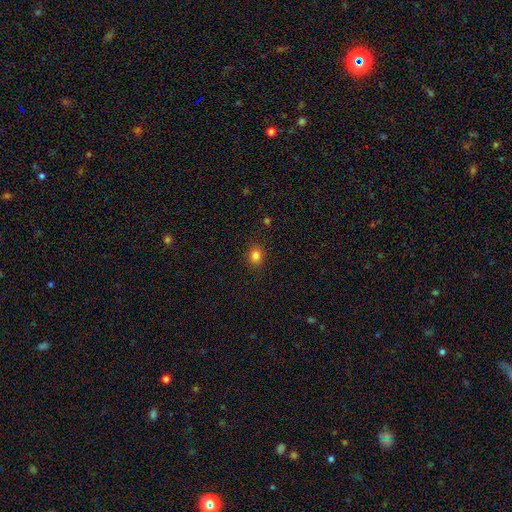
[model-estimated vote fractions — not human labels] Morphology: type=smooth (82%); roundness=round (66%); merging=none (89%).